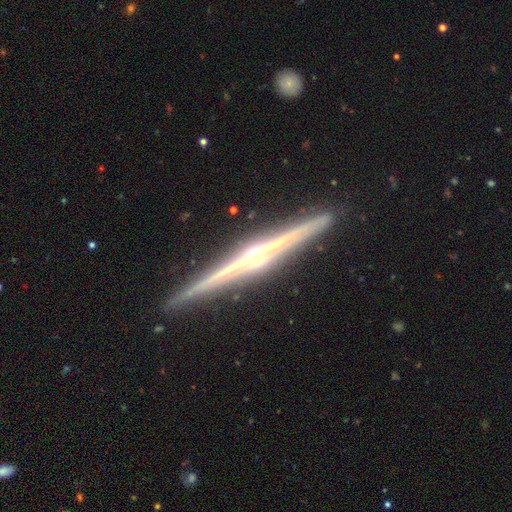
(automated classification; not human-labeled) A featured or disk galaxy (90%) viewed edge-on (99%) with a rounded central bulge (91%). Merging: none (92%).